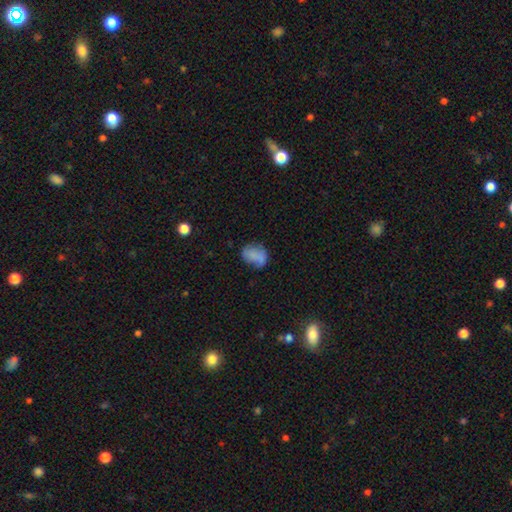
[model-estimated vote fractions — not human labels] This is likely a smooth galaxy (73%). How rounded: likely in between (72%). Merging: possibly none (48%).